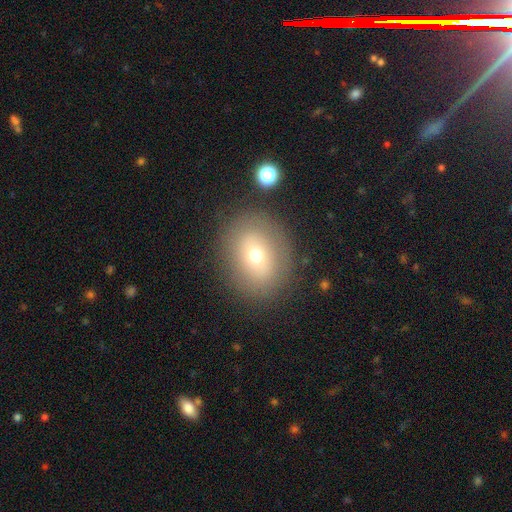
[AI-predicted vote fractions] Smooth or featured: smooth — 64% (featured or disk — 23%)
How rounded: round — 57% (in between — 43%)
Merging: none — 82% (minor disturbance — 11%)